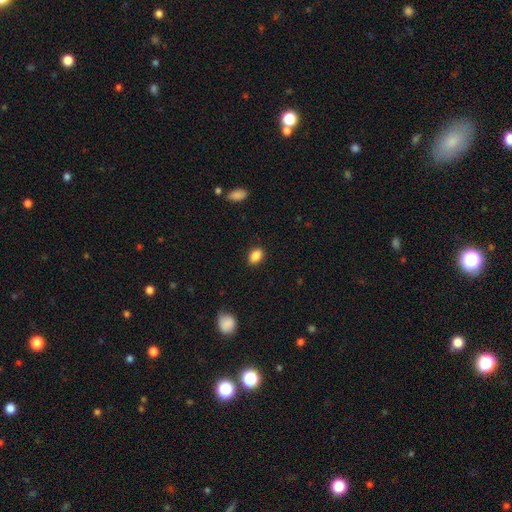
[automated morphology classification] The model was most divided on "how rounded": in between: 81%, round: 17%, cigar-shaped: 2%. More confident: smooth or featured — smooth (88%); merging — none (87%).